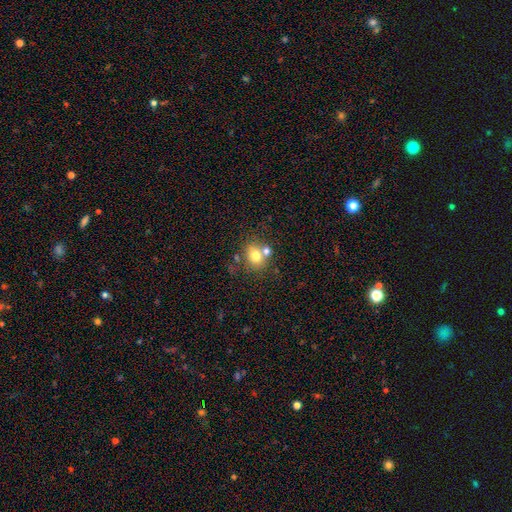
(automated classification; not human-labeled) Smooth or featured? Predicted: smooth (p=0.71). How rounded? Predicted: round (p=0.66). Merging? Predicted: none (p=0.53).